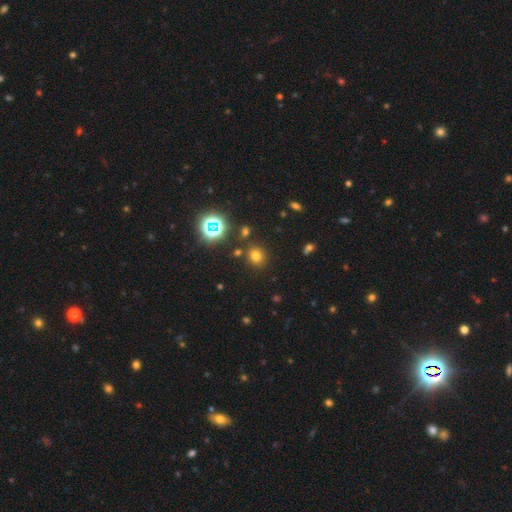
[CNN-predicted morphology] Smooth or featured? smooth (69%)
How rounded? round (83%)
Merging? none (84%)